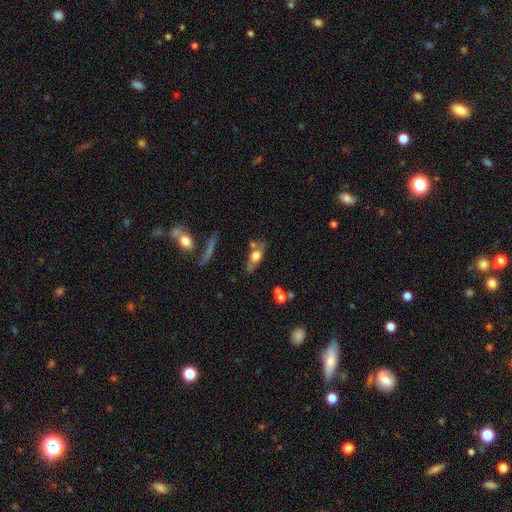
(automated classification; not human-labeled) smooth 52%, featured or disk 40%, star or artifact 8%. Down the decision tree: how rounded — in between (63%); merging — none (62%).